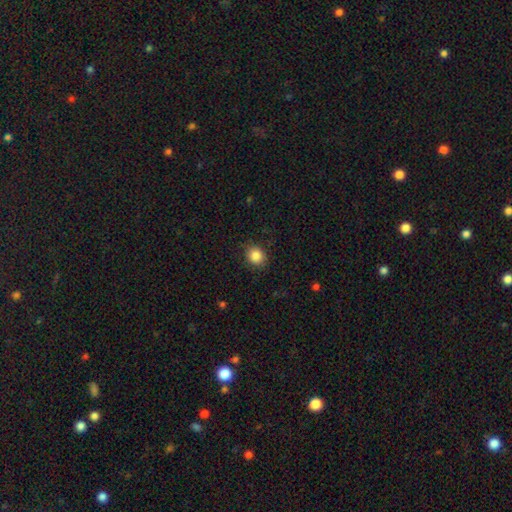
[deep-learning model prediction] This is clearly a smooth galaxy (86%). How rounded: likely round (75%). Merging: clearly none (86%).